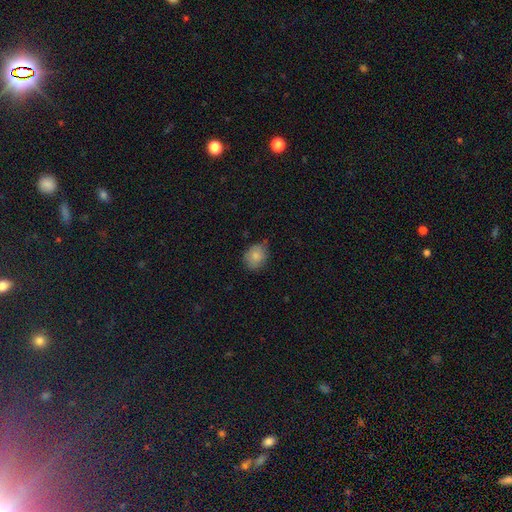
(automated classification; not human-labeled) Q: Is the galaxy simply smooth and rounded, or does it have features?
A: smooth — 83%.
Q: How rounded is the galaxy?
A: round — 63%.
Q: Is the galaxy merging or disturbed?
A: none — 71%.